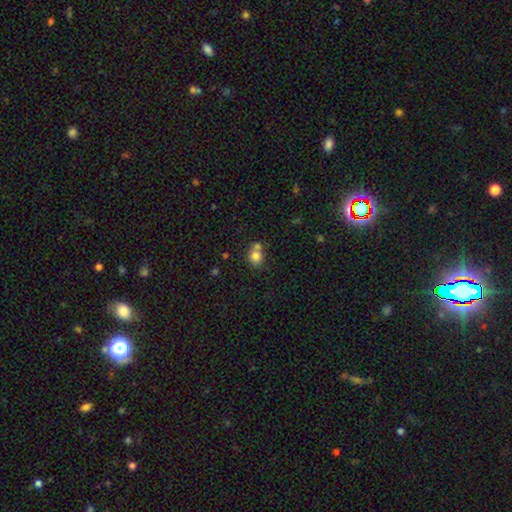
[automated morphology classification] smooth_or_featured: smooth (p=0.79) [alt: star or artifact p=0.11]
how_rounded: round (p=0.69) [alt: in between p=0.30]
merging: none (p=0.45) [alt: merger p=0.41]